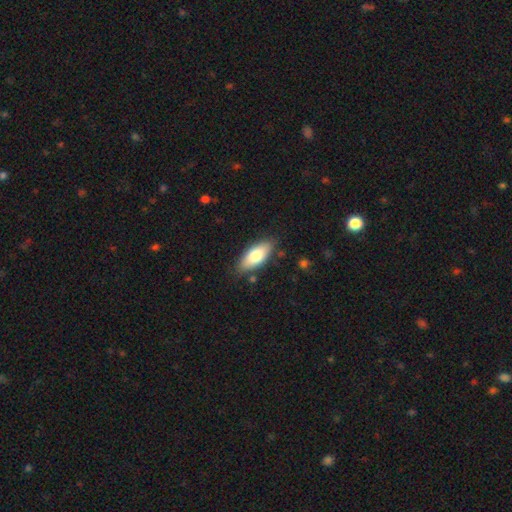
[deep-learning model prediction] Overall: smooth (76%). How rounded: in between (83%). Merging: none (82%).